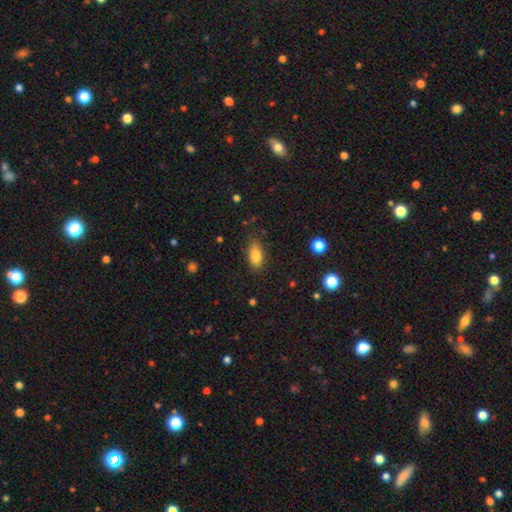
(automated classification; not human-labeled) smooth_or_featured: smooth (p=0.84) [alt: star or artifact p=0.08]
how_rounded: in between (p=0.86) [alt: cigar-shaped p=0.09]
merging: none (p=0.79) [alt: minor disturbance p=0.16]